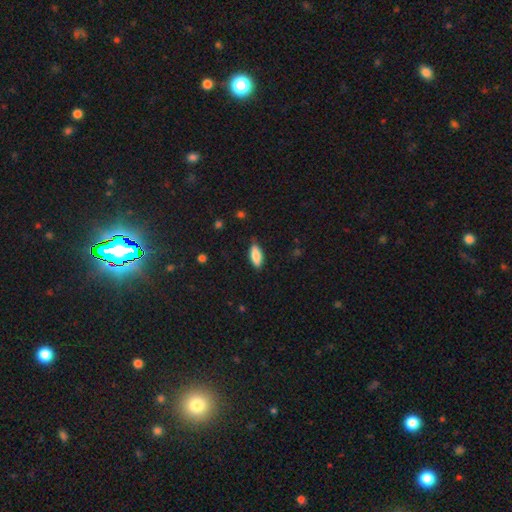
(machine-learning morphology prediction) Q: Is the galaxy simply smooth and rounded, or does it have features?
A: smooth — 84%.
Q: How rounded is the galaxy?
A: in between — 77%.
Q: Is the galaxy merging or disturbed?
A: none — 80%.